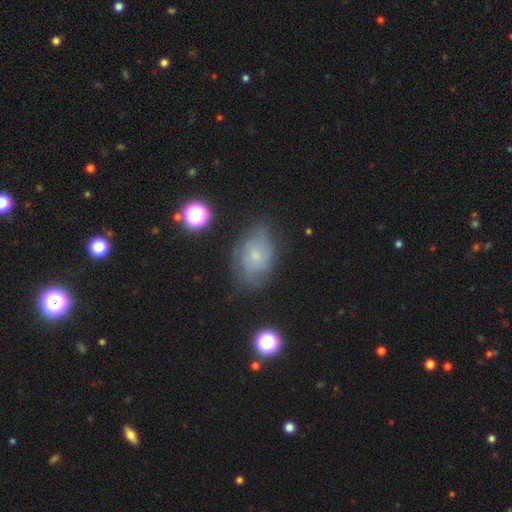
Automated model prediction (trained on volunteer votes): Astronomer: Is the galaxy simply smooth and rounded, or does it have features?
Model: featured or disk — 45% (runner-up: smooth, 42%).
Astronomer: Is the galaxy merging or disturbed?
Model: none — 59%.